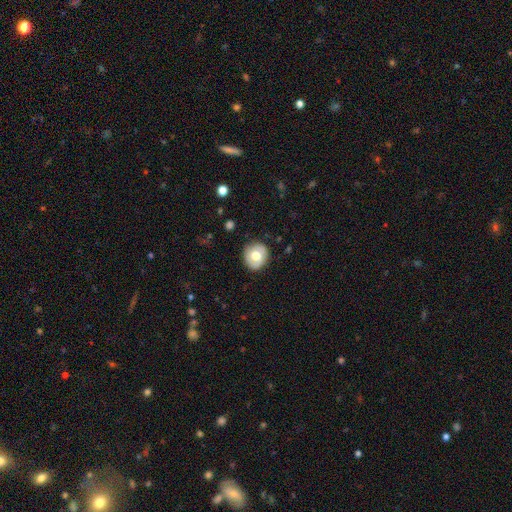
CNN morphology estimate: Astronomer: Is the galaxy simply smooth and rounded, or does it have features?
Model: smooth — 63%.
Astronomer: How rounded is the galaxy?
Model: round — 84%.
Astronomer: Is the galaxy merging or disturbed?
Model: none — 84%.